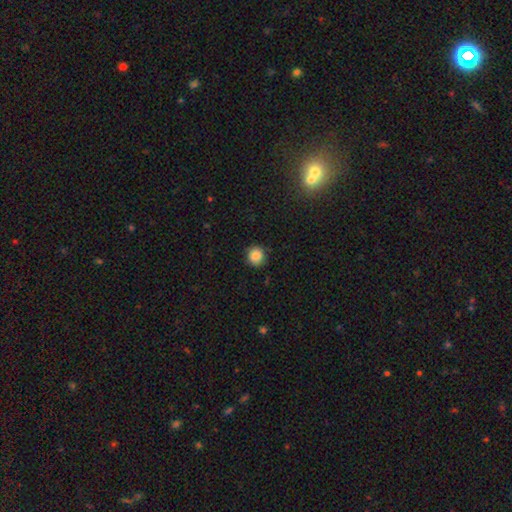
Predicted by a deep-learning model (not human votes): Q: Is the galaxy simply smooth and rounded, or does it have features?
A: smooth — 86%.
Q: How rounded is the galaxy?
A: round — 91%.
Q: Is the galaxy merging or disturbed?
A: none — 88%.